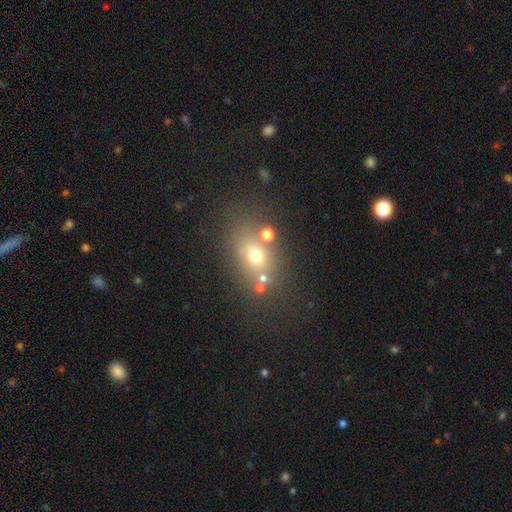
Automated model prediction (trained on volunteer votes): Smooth or featured? smooth (61%)
How rounded? in between (61%)
Merging? none (66%)